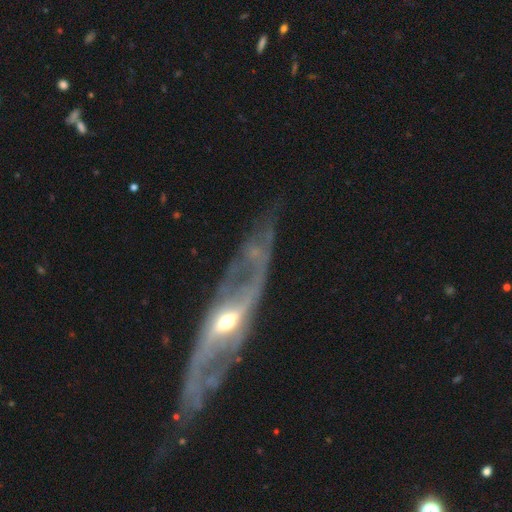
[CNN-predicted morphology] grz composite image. It shows a featured or disk galaxy (87%) with a weak bar (38%), 2 (81%) medium (42%) spiral arms (89%) and a moderate central bulge (59%). Merging: none (74%).